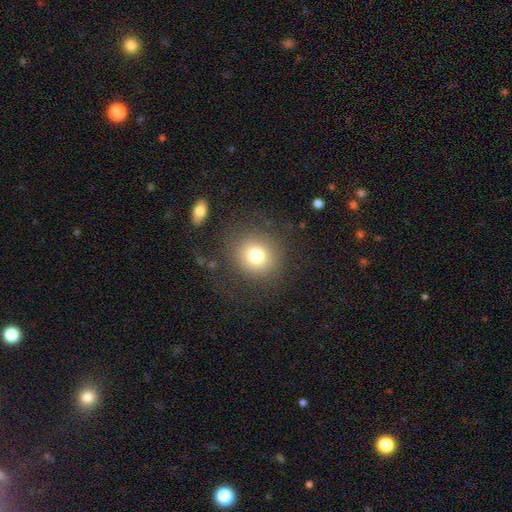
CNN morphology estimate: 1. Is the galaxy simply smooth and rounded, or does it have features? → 76% smooth, 13% star or artifact, 11% featured or disk.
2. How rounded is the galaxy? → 88% round, 11% in between, 1% cigar-shaped.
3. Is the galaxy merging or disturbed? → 82% none, 10% minor disturbance, 7% major disturbance, 2% merger.